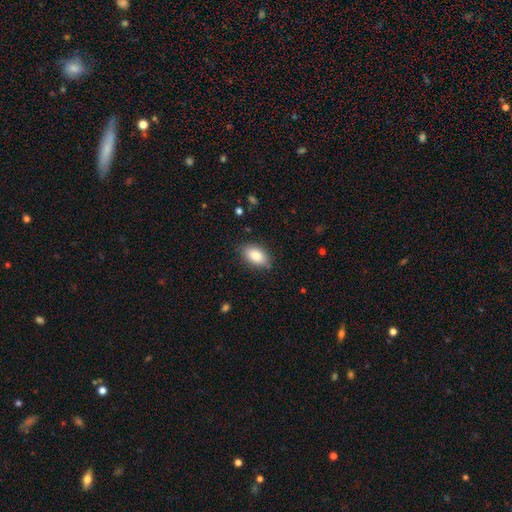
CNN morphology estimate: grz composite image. It shows a smooth galaxy with no disk features (85%) that is in between round and cigar-shaped (92%). Merging: none (85%).